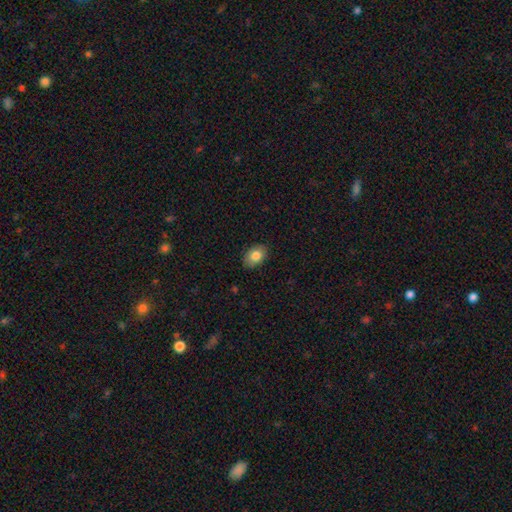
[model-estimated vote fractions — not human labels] Smooth or featured?
  - smooth: 82% *
  - featured or disk: 10%
  - star or artifact: 8%
How rounded?
  - in between: 82% *
  - round: 17%
  - cigar-shaped: 1%
Merging?
  - none: 86% *
  - minor disturbance: 11%
  - major disturbance: 2%
  - merger: 1%